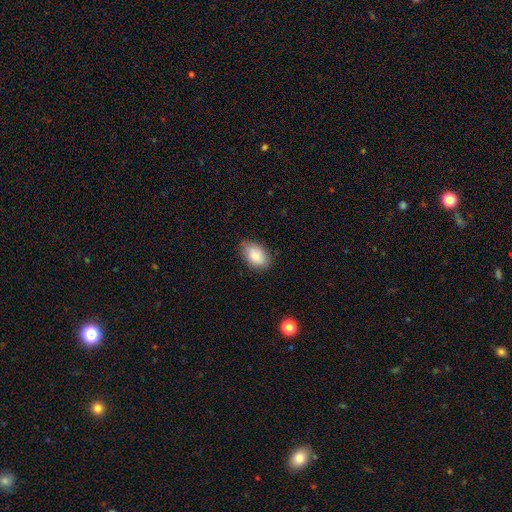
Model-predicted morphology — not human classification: Smooth or featured?
  - smooth: 83% *
  - featured or disk: 10%
  - star or artifact: 7%
How rounded?
  - in between: 89% *
  - round: 9%
  - cigar-shaped: 1%
Merging?
  - none: 75% *
  - minor disturbance: 21%
  - major disturbance: 3%
  - merger: 1%